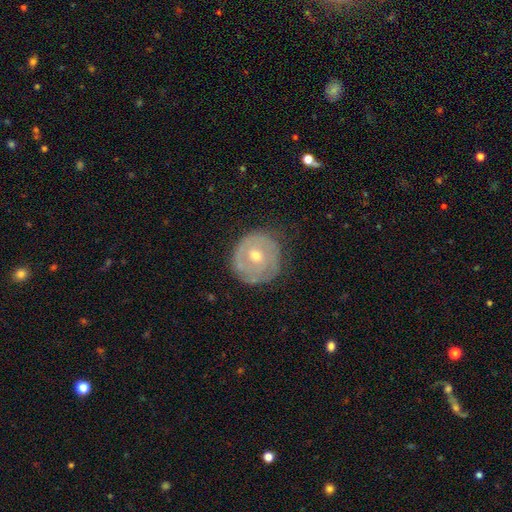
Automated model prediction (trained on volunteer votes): This is likely a featured or disk galaxy (65%). It is clearly not viewed edge-on (96%). Bar: likely no (77%). Spiral arm pattern: likely yes (63%). Central bulge: likely moderate (62%). Merging: likely none (76%).